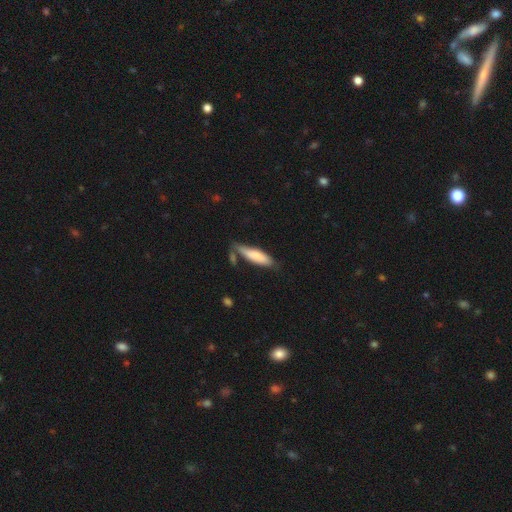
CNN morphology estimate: The model was most divided on "how rounded": cigar-shaped: 62%, in between: 36%, round: 1%. More confident: smooth or featured — smooth (79%); merging — none (62%).